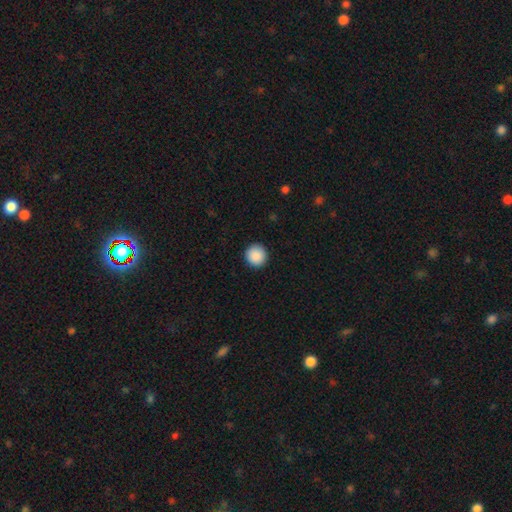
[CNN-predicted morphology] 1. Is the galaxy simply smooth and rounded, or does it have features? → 90% smooth, 8% star or artifact, 2% featured or disk.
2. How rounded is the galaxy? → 95% round, 4% in between, 1% cigar-shaped.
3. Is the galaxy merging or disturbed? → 93% none, 5% minor disturbance, 2% major disturbance, 1% merger.